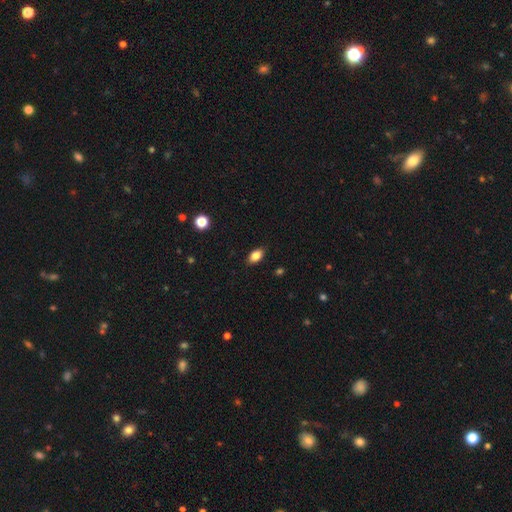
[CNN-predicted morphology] A smooth galaxy with no disk features (84%) that is in between round and cigar-shaped (88%).

Vote fractions:
- Smooth or featured? smooth: 84% / star or artifact: 9% / featured or disk: 7%
- How rounded? in between: 88% / round: 9% / cigar-shaped: 3%
- Merging? none: 88% / minor disturbance: 9% / major disturbance: 2% / merger: 1%